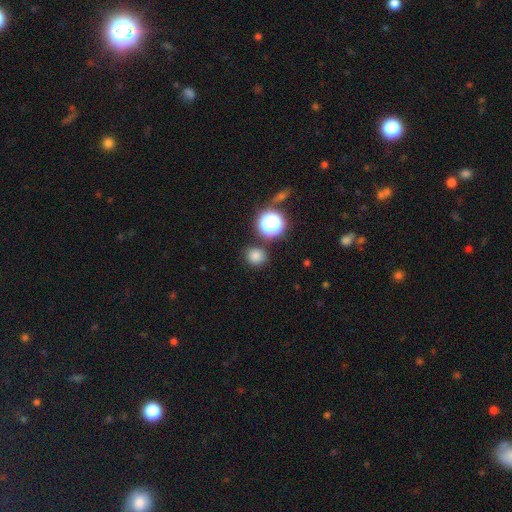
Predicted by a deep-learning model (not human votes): smooth 77%, star or artifact 17%, featured or disk 5%. Down the decision tree: how rounded — round (83%); merging — none (83%).